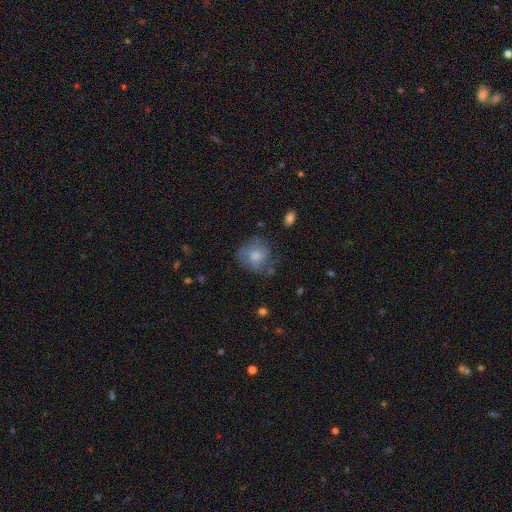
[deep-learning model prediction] This is possibly a smooth galaxy (59%). How rounded: likely round (74%). Merging: possibly none (55%).